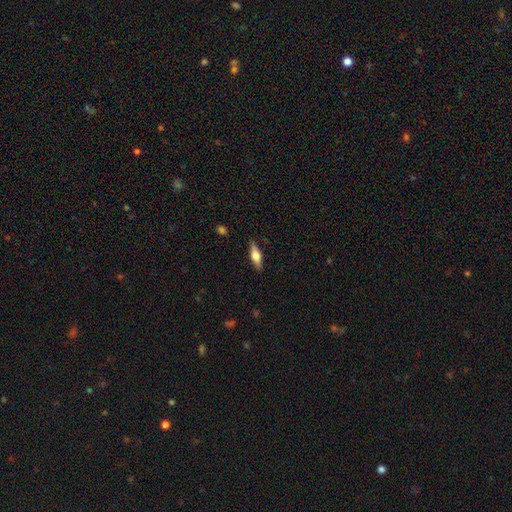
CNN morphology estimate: The model was most divided on "smooth or featured": featured or disk: 53%, smooth: 41%, star or artifact: 6%. More confident: edge-on disk — yes (94%); merging — none (88%).